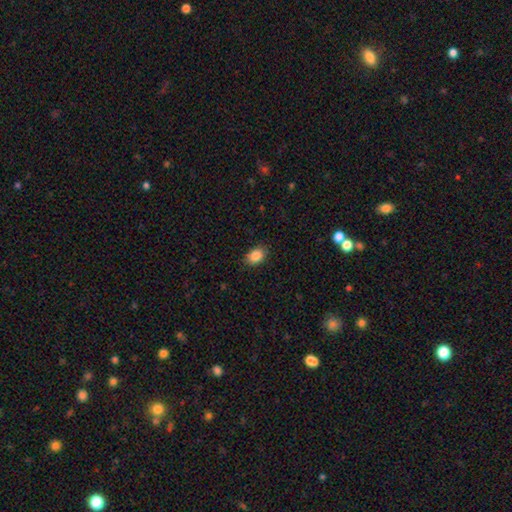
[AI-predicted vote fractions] A smooth galaxy with no disk features (87%) that is in between round and cigar-shaped (80%). Merging: none (85%).